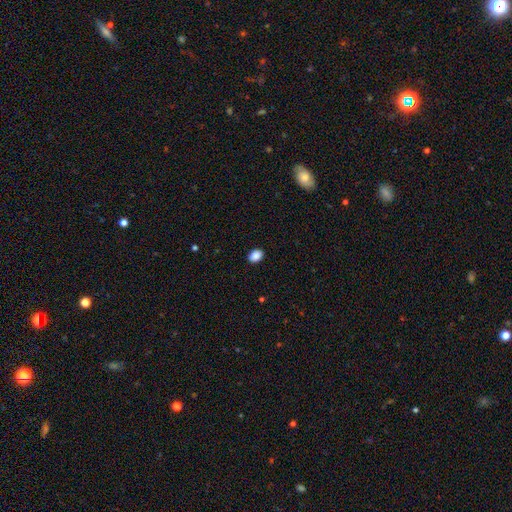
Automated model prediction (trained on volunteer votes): Smooth or featured? smooth (89%)
How rounded? in between (72%)
Merging? none (90%)